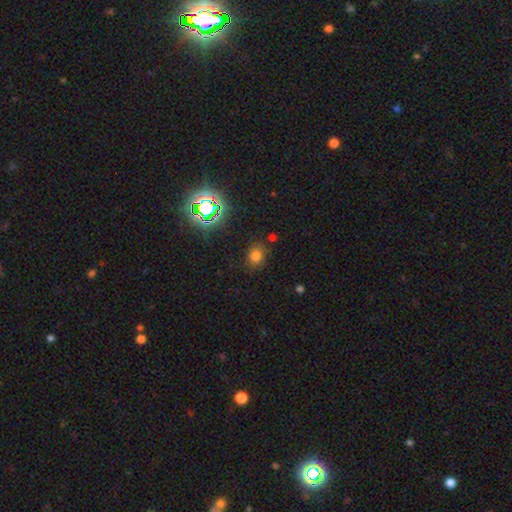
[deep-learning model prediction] This appears to be a smooth galaxy with no disk features (68%) that is round (62%). Merging: none (80%).